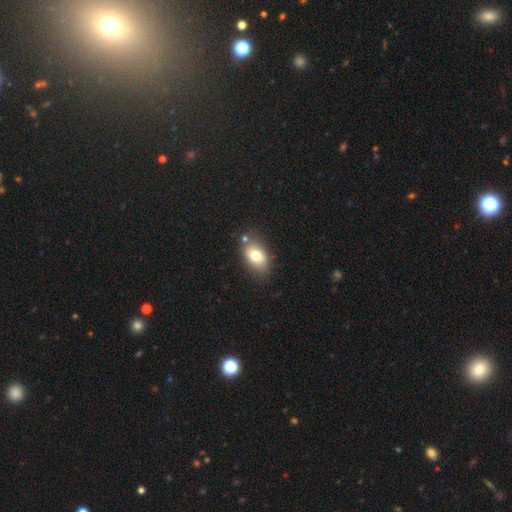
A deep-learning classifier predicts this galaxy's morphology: type=smooth (75%); roundness=in between (84%); merging=none (74%).